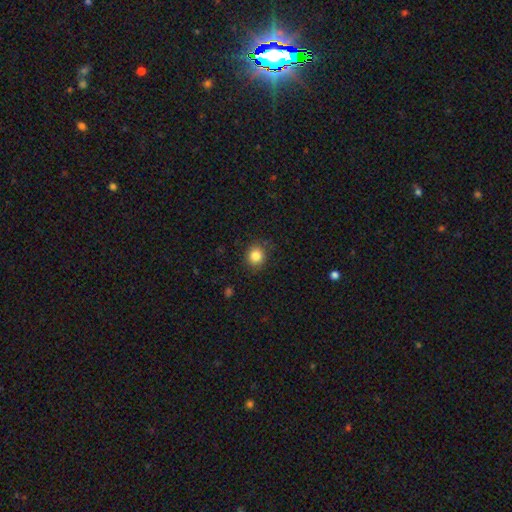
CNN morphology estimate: Smooth or featured?
  - smooth: 84% *
  - star or artifact: 11%
  - featured or disk: 6%
How rounded?
  - round: 85% *
  - in between: 14%
  - cigar-shaped: 1%
Merging?
  - none: 85% *
  - minor disturbance: 11%
  - major disturbance: 3%
  - merger: 1%